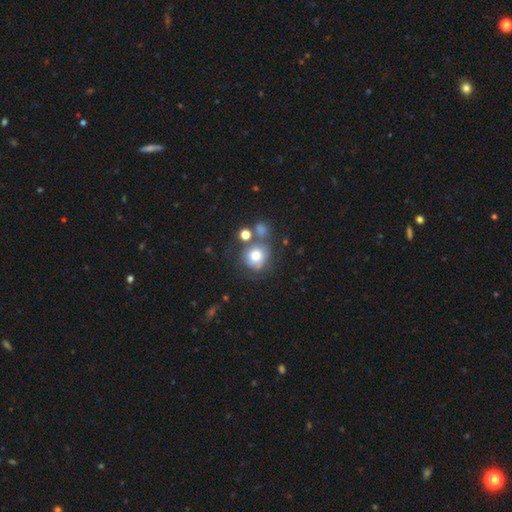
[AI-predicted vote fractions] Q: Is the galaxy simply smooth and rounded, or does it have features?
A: smooth — 73%.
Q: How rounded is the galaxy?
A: round — 87%.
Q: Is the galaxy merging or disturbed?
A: none — 54%.